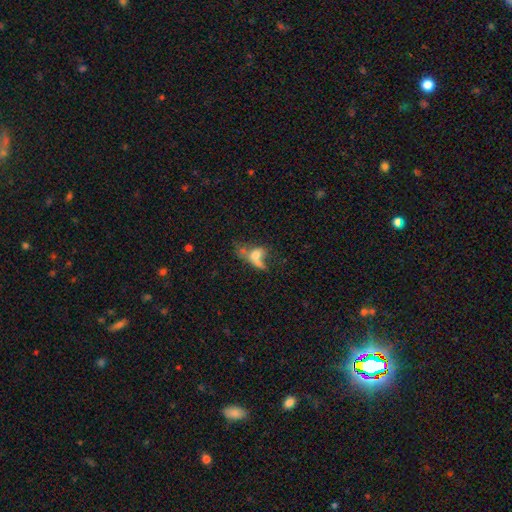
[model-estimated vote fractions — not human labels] smooth_or_featured: smooth (p=0.53) [alt: featured or disk p=0.33]
how_rounded: in between (p=0.63) [alt: round p=0.23]
merging: major disturbance (p=0.32) [alt: merger p=0.30]